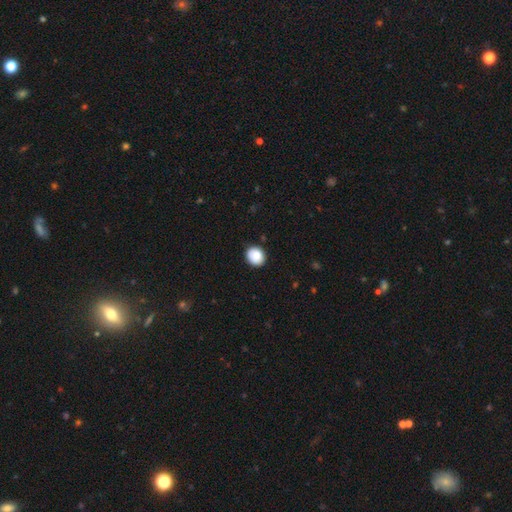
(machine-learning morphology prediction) The model was most divided on "how rounded": round: 74%, in between: 25%, cigar-shaped: 1%. More confident: merging — none (88%); smooth or featured — smooth (88%).